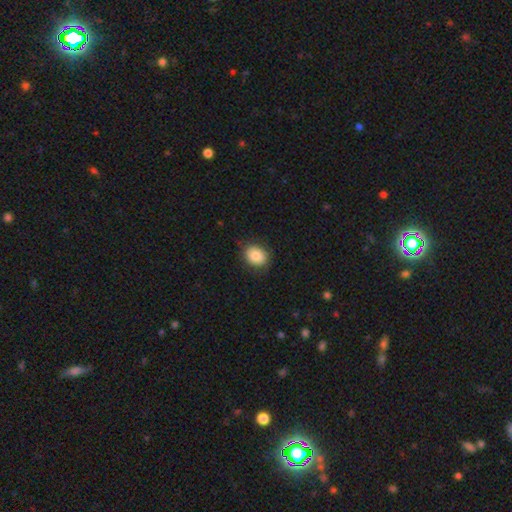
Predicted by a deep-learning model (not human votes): Smooth or featured: smooth — 83% (featured or disk — 9%)
How rounded: in between — 50% (round — 49%)
Merging: none — 83% (minor disturbance — 13%)